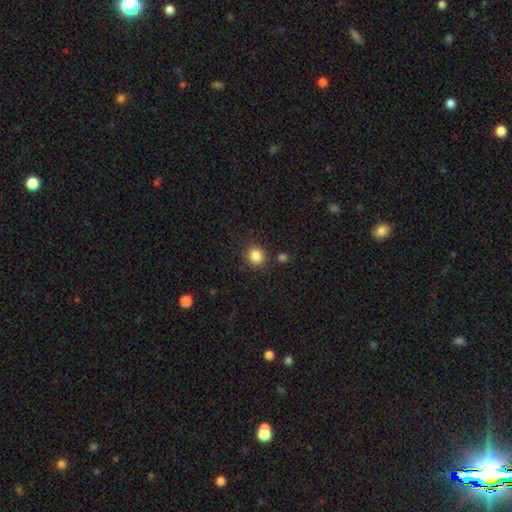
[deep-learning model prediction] smooth_or_featured: smooth (p=0.85) [alt: star or artifact p=0.10]
how_rounded: round (p=0.79) [alt: in between p=0.20]
merging: none (p=0.84) [alt: minor disturbance p=0.09]